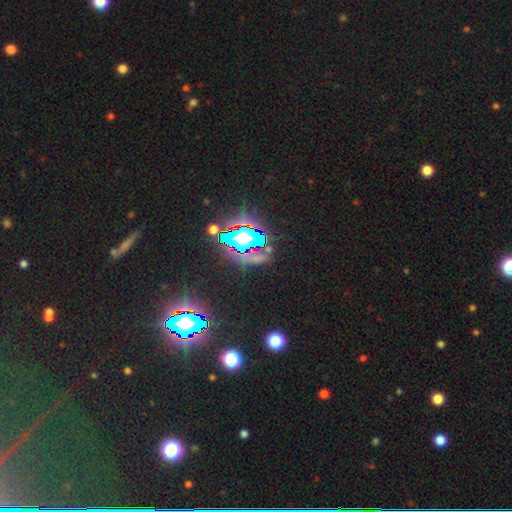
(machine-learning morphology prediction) Smooth or featured? star or artifact (77%)